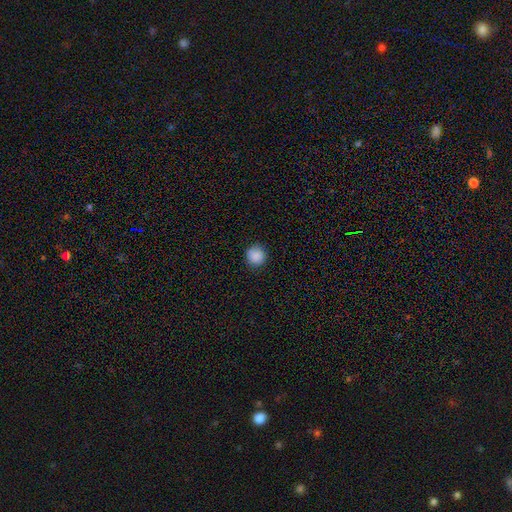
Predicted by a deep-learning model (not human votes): Smooth or featured?
  - smooth: 88% *
  - star or artifact: 9%
  - featured or disk: 3%
How rounded?
  - round: 94% *
  - in between: 5%
  - cigar-shaped: 1%
Merging?
  - none: 90% *
  - minor disturbance: 7%
  - major disturbance: 2%
  - merger: 1%